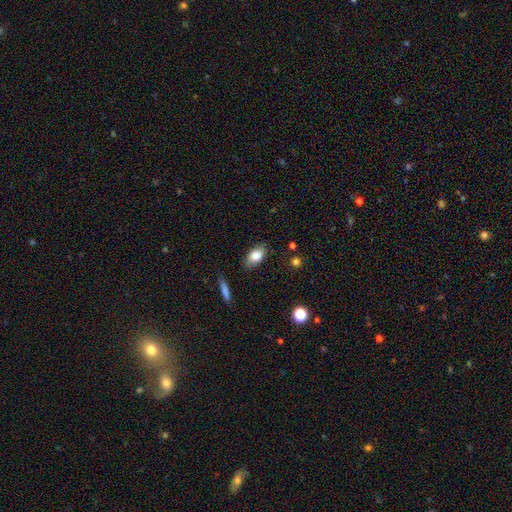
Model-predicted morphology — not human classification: Q: Smooth or featured?
A: smooth (80%); runner-up: featured or disk (12%)
Q: How rounded?
A: in between (88%); runner-up: round (8%)
Q: Merging?
A: none (83%); runner-up: minor disturbance (13%)